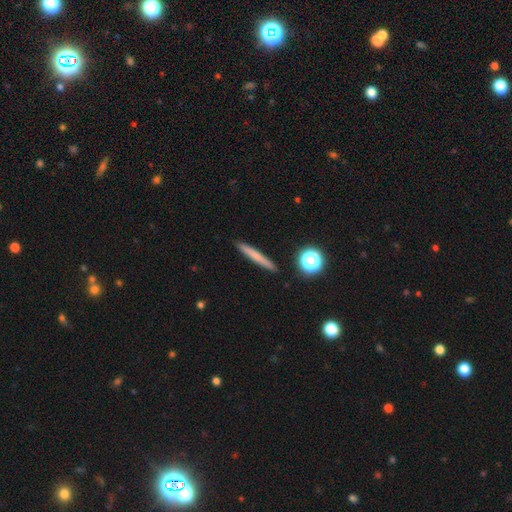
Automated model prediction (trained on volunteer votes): Smooth or featured? Predicted: smooth (p=0.65). How rounded? Predicted: cigar-shaped (p=0.95). Merging? Predicted: none (p=0.91).